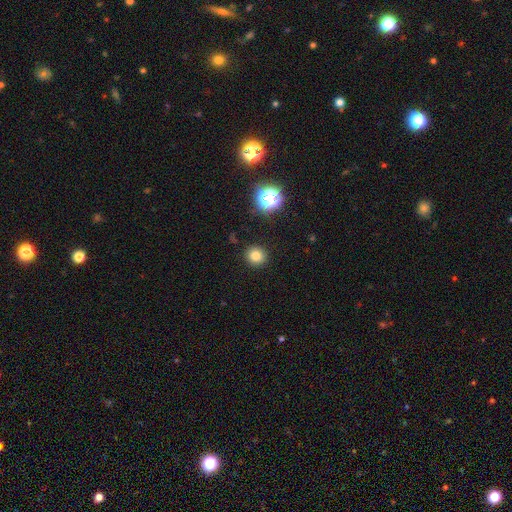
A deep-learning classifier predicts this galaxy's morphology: A smooth galaxy with no disk features (78%) that is round (90%).

Vote fractions:
- Smooth or featured? smooth: 78% / star or artifact: 16% / featured or disk: 6%
- How rounded? round: 90% / in between: 9% / cigar-shaped: 1%
- Merging? none: 91% / minor disturbance: 5% / major disturbance: 2% / merger: 1%